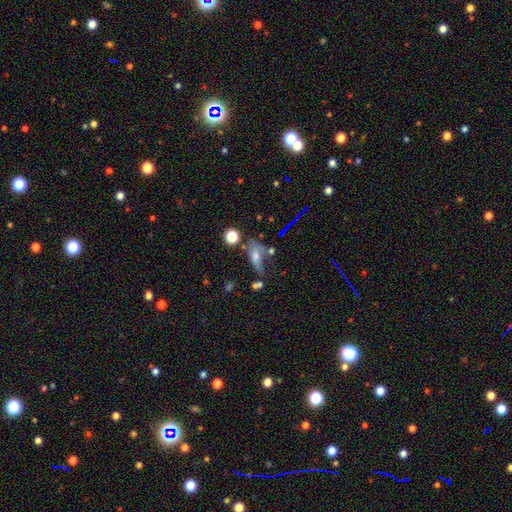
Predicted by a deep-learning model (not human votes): A smooth galaxy with no disk features (50%) that is in between round and cigar-shaped (67%).

Vote fractions:
- Smooth or featured? smooth: 50% / featured or disk: 32% / star or artifact: 18%
- How rounded? in between: 67% / cigar-shaped: 23% / round: 10%
- Merging? none: 39% / minor disturbance: 23% / major disturbance: 21% / merger: 17%